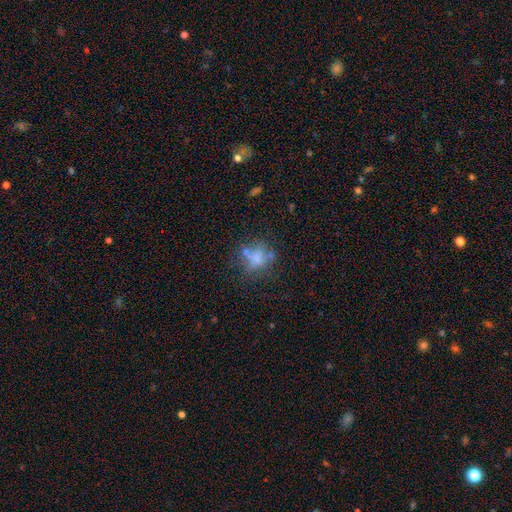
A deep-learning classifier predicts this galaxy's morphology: A smooth galaxy with no disk features (52%) that is round (63%). Merging: none (51%).